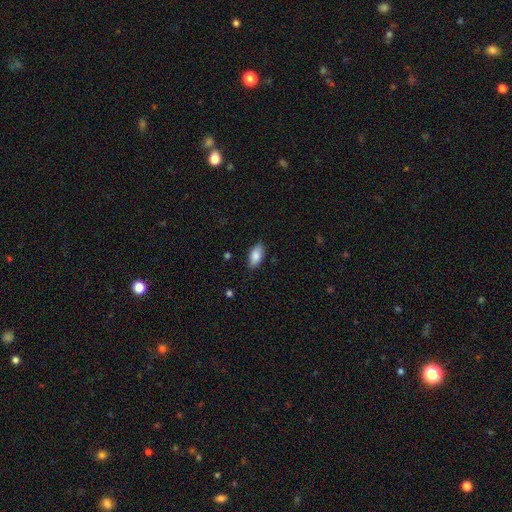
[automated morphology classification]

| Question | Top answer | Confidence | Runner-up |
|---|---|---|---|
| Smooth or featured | smooth | 86% | featured or disk (7%) |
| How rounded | in between | 91% | cigar-shaped (7%) |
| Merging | none | 86% | minor disturbance (11%) |